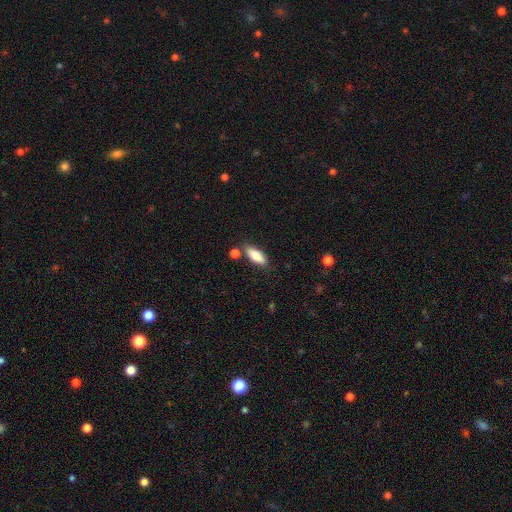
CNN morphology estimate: This appears to be a smooth galaxy with no disk features (83%) that is in between round and cigar-shaped (70%). Merging: none (76%).